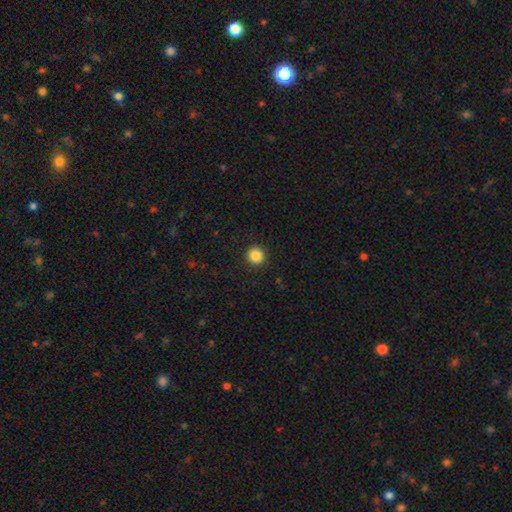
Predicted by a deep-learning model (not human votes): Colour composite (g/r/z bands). It shows a smooth galaxy with no disk features (86%) that is round (94%). Merging: none (93%).